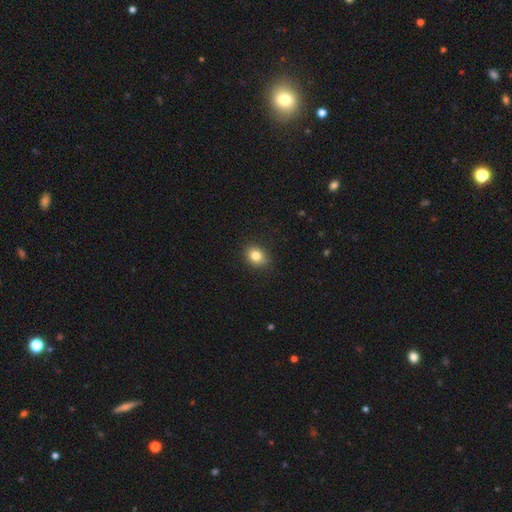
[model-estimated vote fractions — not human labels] smooth-or-featured: smooth: 83% | star or artifact: 10% | featured or disk: 7%
  how-rounded: in between: 58% | round: 41% | cigar-shaped: 1%
  merging: none: 88% | minor disturbance: 9% | major disturbance: 2% | merger: 1%